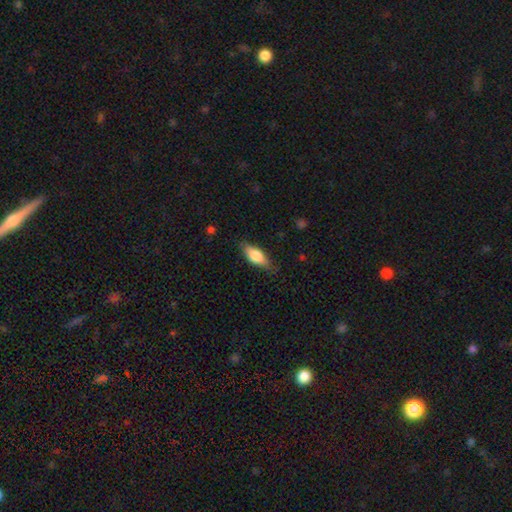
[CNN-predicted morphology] Smooth or featured: smooth — 72% (featured or disk — 22%)
How rounded: in between — 74% (cigar-shaped — 23%)
Merging: none — 80% (minor disturbance — 16%)